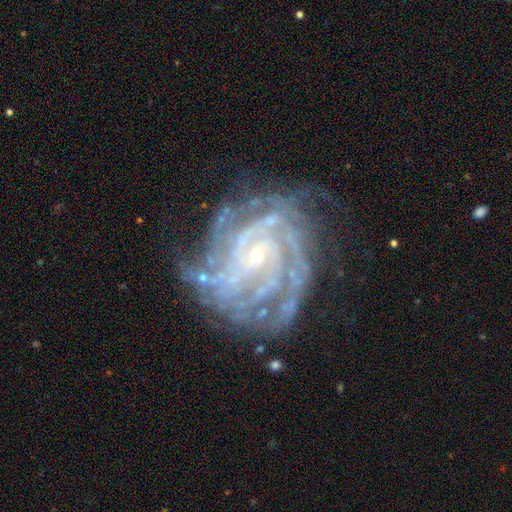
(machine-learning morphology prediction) smooth-or-featured: featured or disk: 90% | star or artifact: 6% | smooth: 3%
  disk-edge-on: no: 98% | yes: 2%
    bar: no: 51% | weak: 34% | strong: 15%
    has-spiral-arms: yes: 98% | no: 2%
      spiral-winding: tight: 75% | medium: 22% | loose: 3%
      spiral-arm-count: 4: 27% | can't tell: 20% | 3: 19% | more than 4: 14% | 2: 13% | 1: 7%
    bulge-size: small: 81% | moderate: 14% | none: 3% | large: 1% | dominant: 1%
  merging: none: 69% | minor disturbance: 20% | major disturbance: 10% | merger: 2%